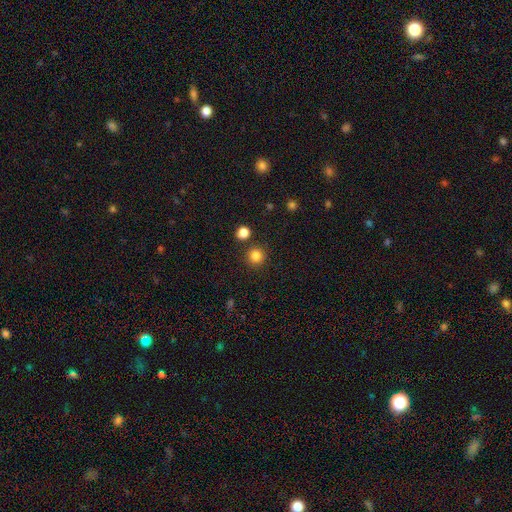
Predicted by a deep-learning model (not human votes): A smooth galaxy with no disk features (84%) that is round (95%).

Vote fractions:
- Smooth or featured? smooth: 84% / star or artifact: 12% / featured or disk: 4%
- How rounded? round: 95% / in between: 4% / cigar-shaped: 1%
- Merging? none: 88% / minor disturbance: 5% / merger: 5% / major disturbance: 2%